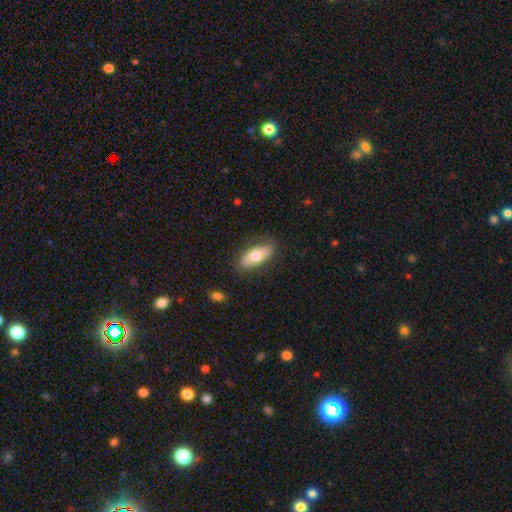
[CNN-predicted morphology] smooth 67%, featured or disk 28%, star or artifact 6%. Down the decision tree: how rounded — in between (82%); merging — none (81%).